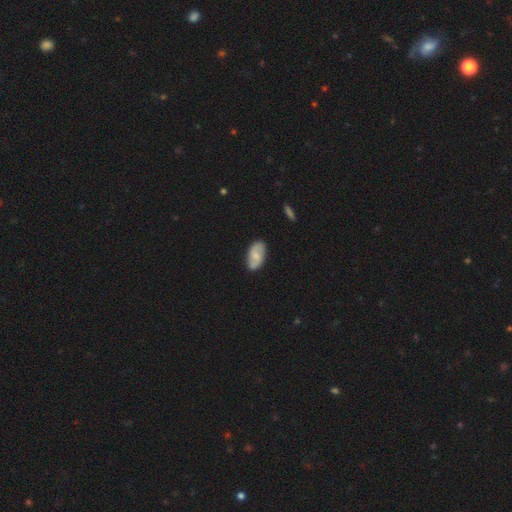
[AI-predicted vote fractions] Morphology: type=smooth (47%, tied with featured or disk); merging=none (81%).